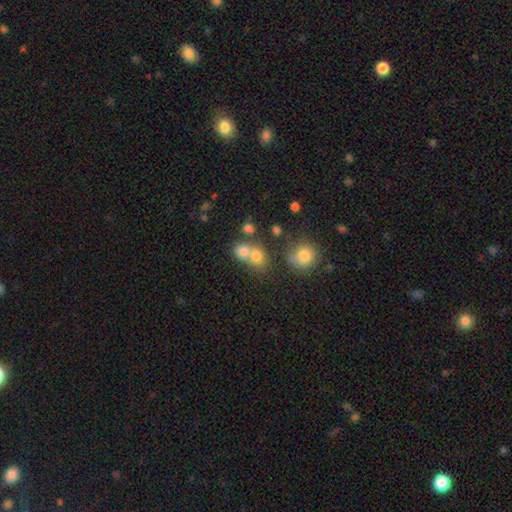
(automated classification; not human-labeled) smooth_or_featured: smooth (p=0.74) [alt: star or artifact p=0.14]
how_rounded: round (p=0.69) [alt: in between p=0.30]
merging: merger (p=0.49) [alt: none p=0.39]